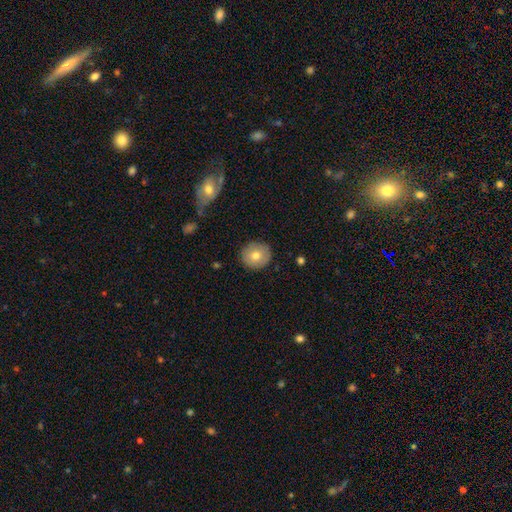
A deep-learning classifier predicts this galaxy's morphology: smooth_or_featured: smooth (p=0.74) [alt: featured or disk p=0.18]
how_rounded: round (p=0.88) [alt: in between p=0.11]
merging: none (p=0.88) [alt: minor disturbance p=0.08]